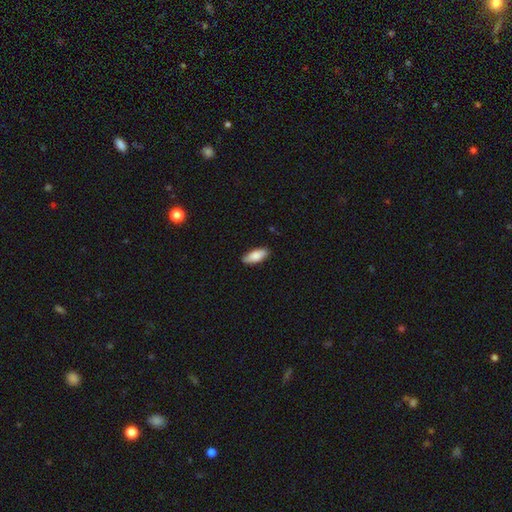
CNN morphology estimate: Smooth or featured? smooth (85%)
How rounded? in between (81%)
Merging? none (86%)